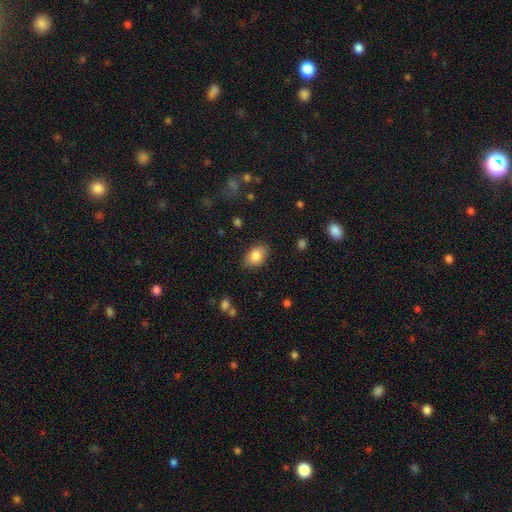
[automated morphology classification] Q: Smooth or featured?
A: smooth (84%); runner-up: featured or disk (8%)
Q: How rounded?
A: in between (87%); runner-up: round (11%)
Q: Merging?
A: none (84%); runner-up: minor disturbance (12%)